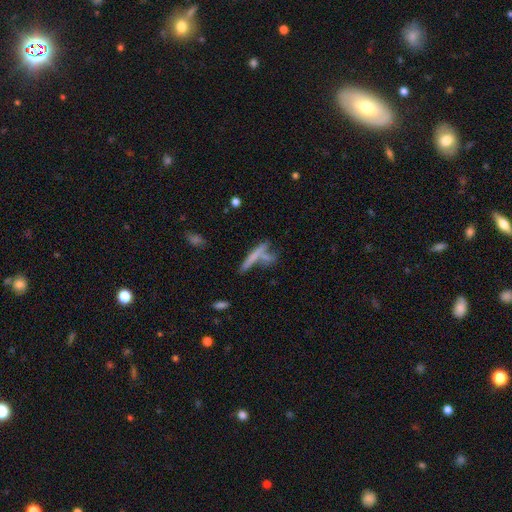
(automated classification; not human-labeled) smooth-or-featured: smooth: 53% | featured or disk: 36% | star or artifact: 11%
  how-rounded: cigar-shaped: 87% | in between: 9% | round: 4%
  merging: none: 48% | merger: 29% | minor disturbance: 13% | major disturbance: 9%